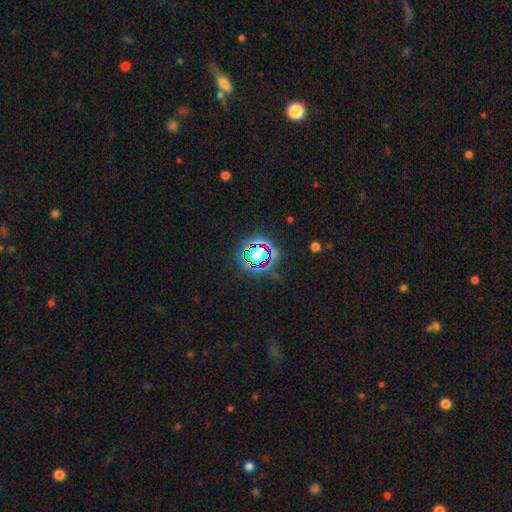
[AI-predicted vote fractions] Smooth or featured?
  - star or artifact: 66% *
  - smooth: 21%
  - featured or disk: 13%